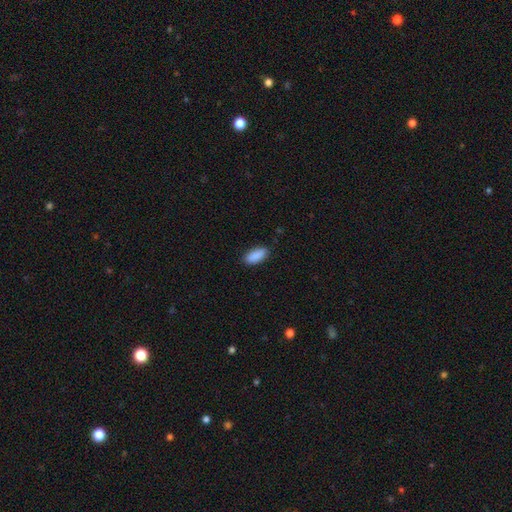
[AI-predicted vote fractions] Smooth or featured? smooth (90%)
How rounded? in between (88%)
Merging? none (87%)